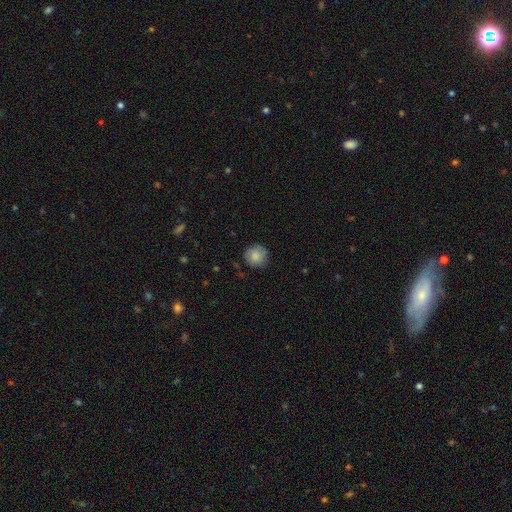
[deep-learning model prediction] Smooth or featured? Predicted: smooth (p=0.84). How rounded? Predicted: round (p=0.93). Merging? Predicted: none (p=0.84).